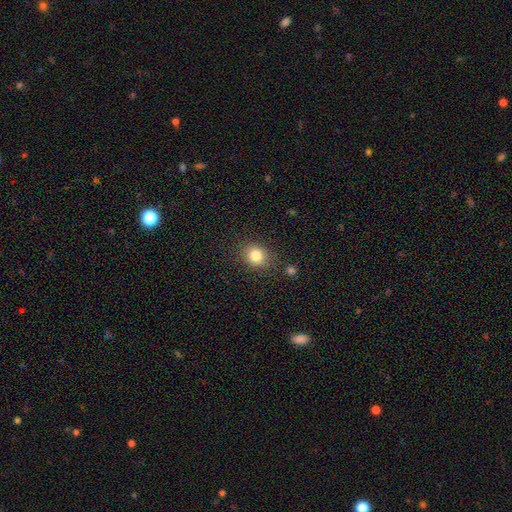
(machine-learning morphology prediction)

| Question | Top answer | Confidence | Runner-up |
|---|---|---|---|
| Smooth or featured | smooth | 83% | star or artifact (11%) |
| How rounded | round | 69% | in between (31%) |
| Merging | none | 83% | minor disturbance (11%) |